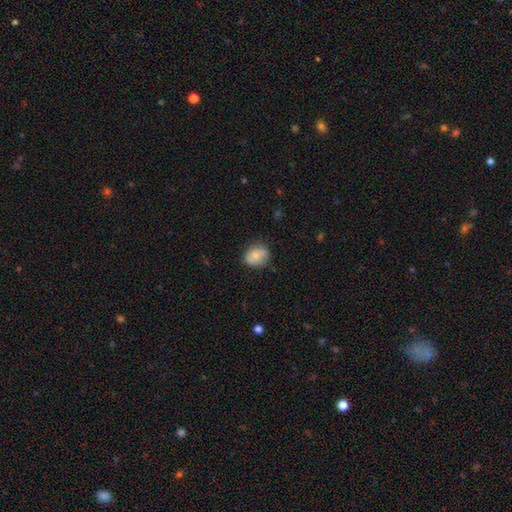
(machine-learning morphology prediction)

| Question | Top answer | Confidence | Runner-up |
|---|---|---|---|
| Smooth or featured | smooth | 74% | featured or disk (18%) |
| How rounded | round | 59% | in between (41%) |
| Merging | none | 72% | minor disturbance (21%) |